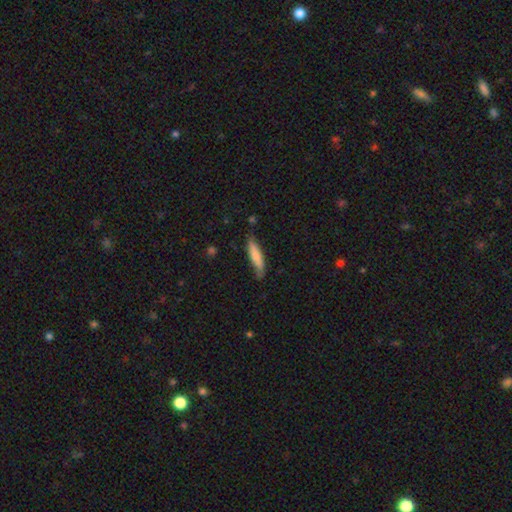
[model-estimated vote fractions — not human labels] Smooth or featured? Predicted: smooth (p=0.73). How rounded? Predicted: cigar-shaped (p=0.78). Merging? Predicted: none (p=0.71).